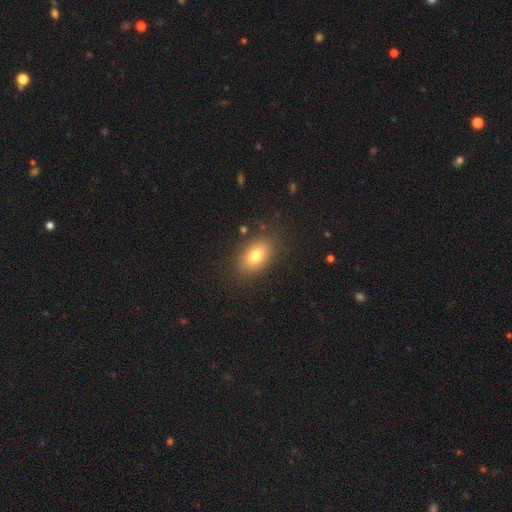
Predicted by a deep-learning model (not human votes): Overall: smooth (77%). How rounded: in between (83%). Merging: none (85%).